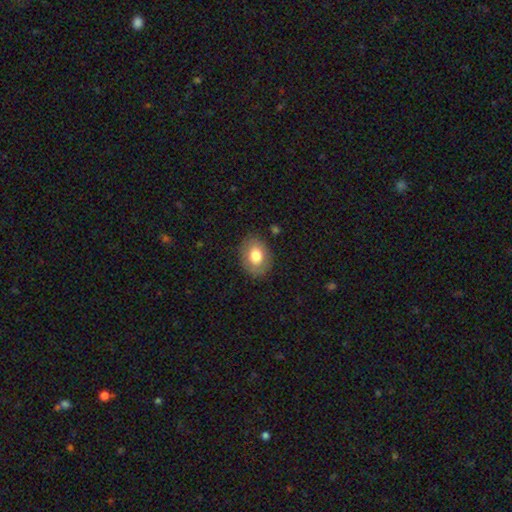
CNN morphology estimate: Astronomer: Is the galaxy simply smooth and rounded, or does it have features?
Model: smooth — 75%.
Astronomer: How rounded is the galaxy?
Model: in between — 63%.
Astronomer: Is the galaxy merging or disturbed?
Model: none — 83%.